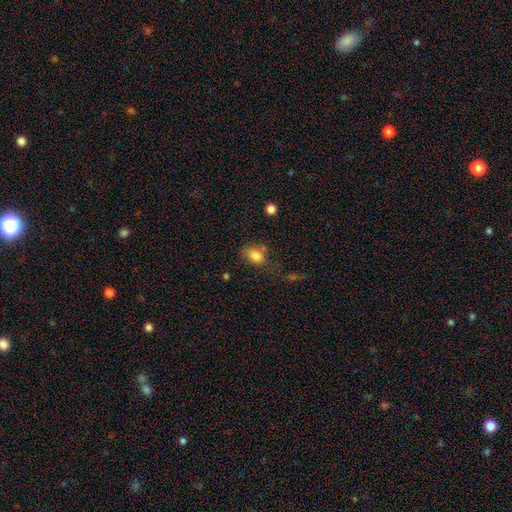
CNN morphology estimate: smooth 81%, star or artifact 9%, featured or disk 9%. Down the decision tree: how rounded — in between (69%); merging — none (53%).